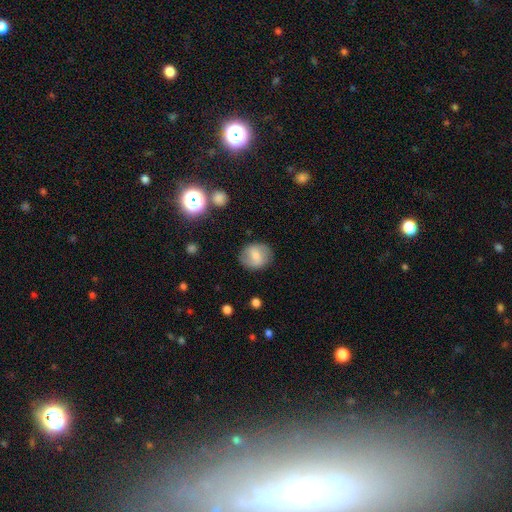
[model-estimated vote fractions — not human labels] smooth-or-featured: smooth: 56% | featured or disk: 36% | star or artifact: 9%
  how-rounded: round: 68% | in between: 31% | cigar-shaped: 1%
  merging: none: 81% | minor disturbance: 13% | major disturbance: 4% | merger: 1%